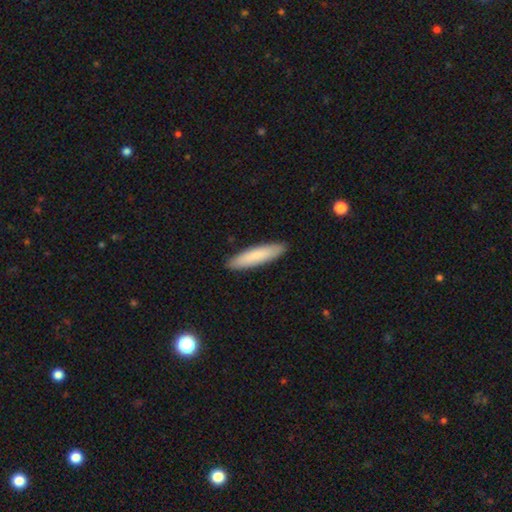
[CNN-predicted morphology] Overall: smooth (83%). How rounded: cigar-shaped (80%). Merging: none (91%).